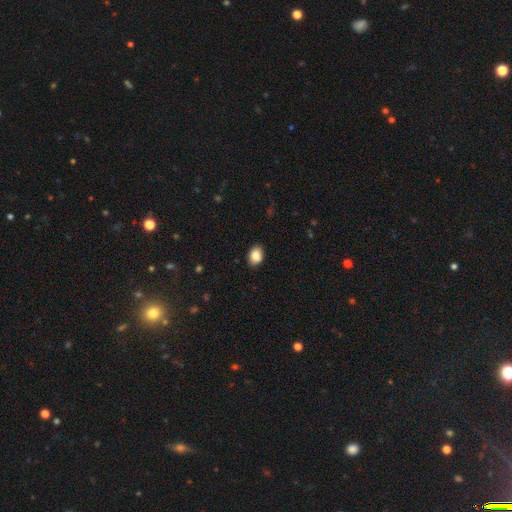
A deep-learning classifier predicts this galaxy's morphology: Smooth or featured: smooth — 88% (star or artifact — 8%)
How rounded: in between — 72% (round — 27%)
Merging: none — 88% (minor disturbance — 9%)